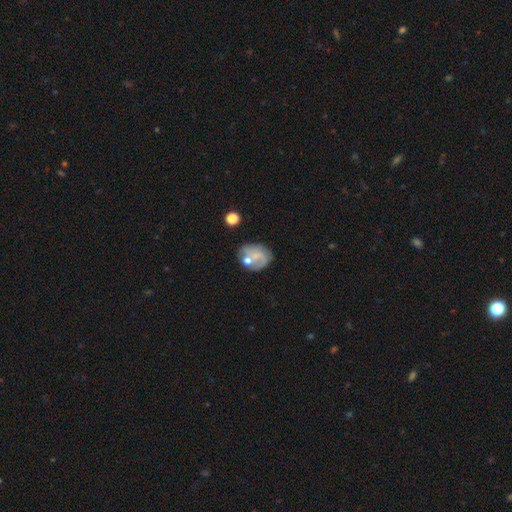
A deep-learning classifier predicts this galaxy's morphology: type=smooth (47%); merging=none (48%).